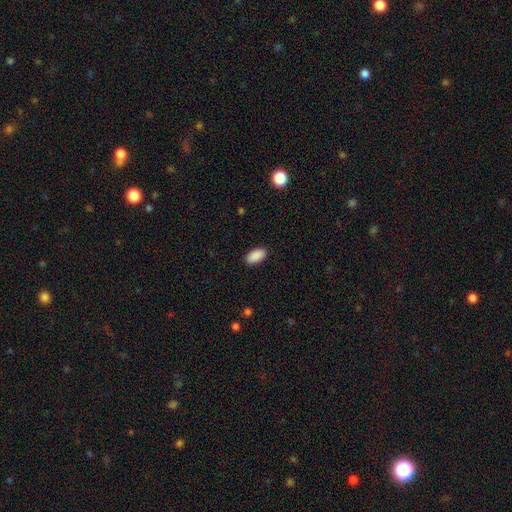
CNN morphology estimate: type=smooth (91%); roundness=in between (95%); merging=none (89%).